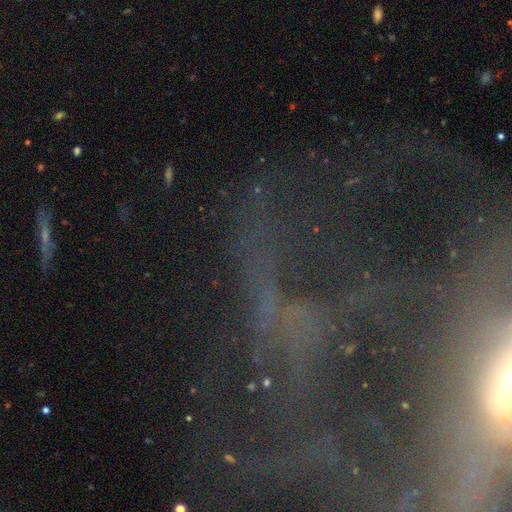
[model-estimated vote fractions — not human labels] smooth_or_featured: star or artifact (p=0.60) [alt: featured or disk p=0.27]